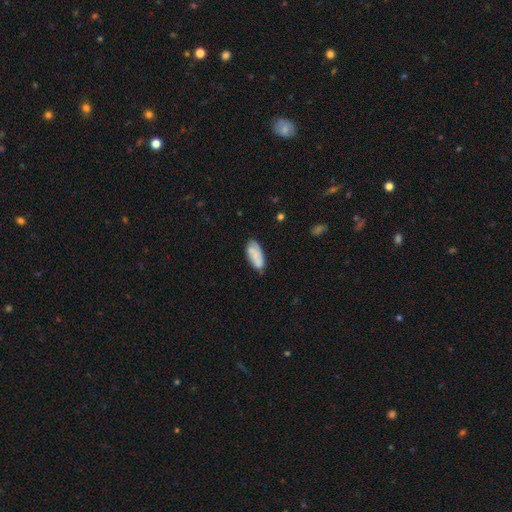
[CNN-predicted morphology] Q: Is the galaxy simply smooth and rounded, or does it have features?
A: smooth — 74%.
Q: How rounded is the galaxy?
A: in between — 88%.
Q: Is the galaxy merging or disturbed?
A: none — 64%.